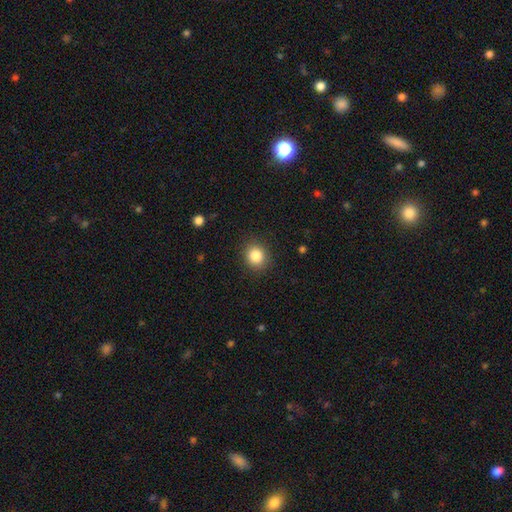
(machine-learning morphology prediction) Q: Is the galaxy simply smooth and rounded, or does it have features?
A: smooth — 85%.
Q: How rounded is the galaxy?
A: round — 80%.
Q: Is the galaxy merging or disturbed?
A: none — 89%.